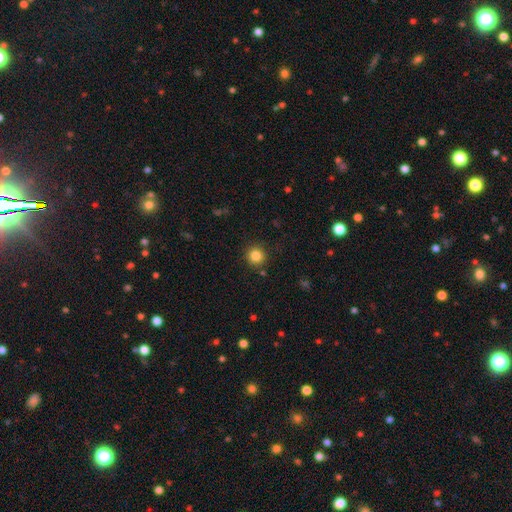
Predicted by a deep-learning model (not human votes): Smooth or featured?
  - smooth: 84% *
  - star or artifact: 11%
  - featured or disk: 5%
How rounded?
  - round: 95% *
  - in between: 4%
  - cigar-shaped: 1%
Merging?
  - none: 89% *
  - minor disturbance: 6%
  - major disturbance: 2%
  - merger: 2%